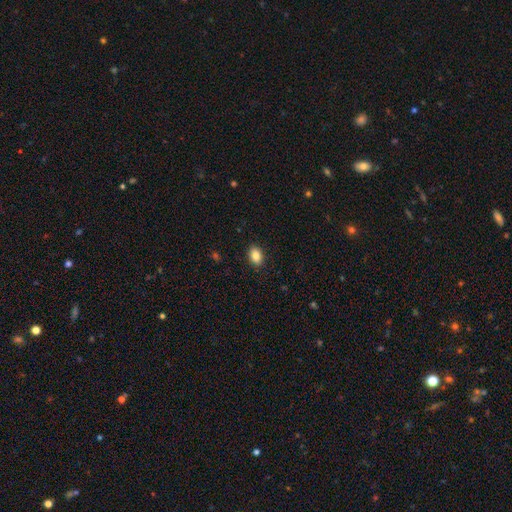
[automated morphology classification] This is clearly a smooth galaxy (87%). How rounded: clearly in between (84%). Merging: clearly none (90%).